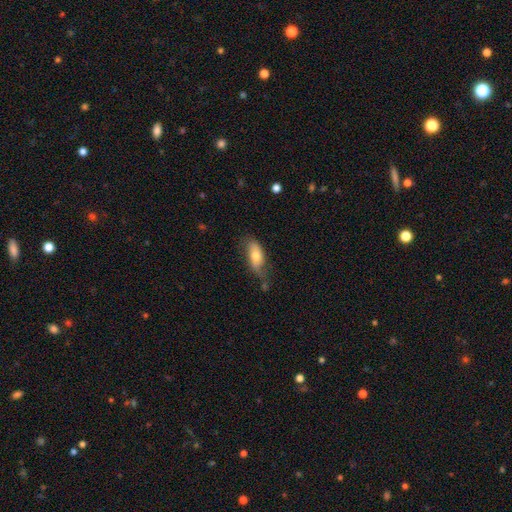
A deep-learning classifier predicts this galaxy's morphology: smooth-or-featured: smooth: 66% | featured or disk: 27% | star or artifact: 7%
  how-rounded: in between: 83% | cigar-shaped: 14% | round: 3%
  merging: none: 51% | minor disturbance: 33% | major disturbance: 12% | merger: 5%